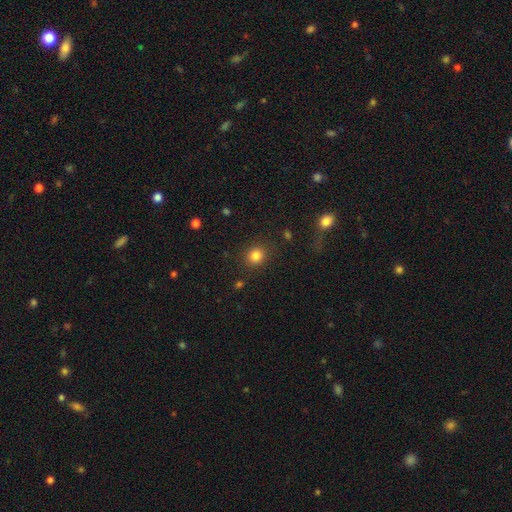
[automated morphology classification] A smooth galaxy with no disk features (83%) that is round (81%). Merging: none (87%).